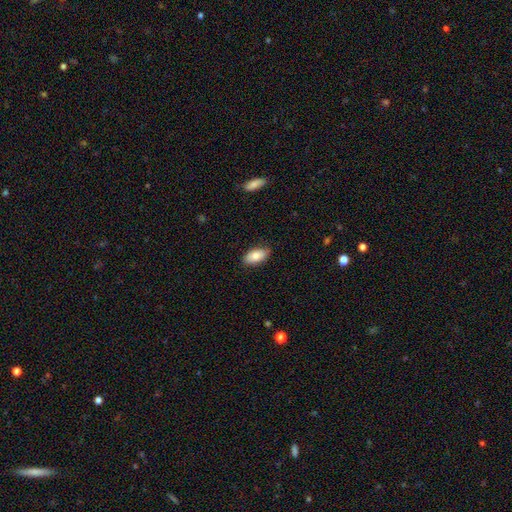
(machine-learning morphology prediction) type=smooth (80%); roundness=in between (94%); merging=none (82%).